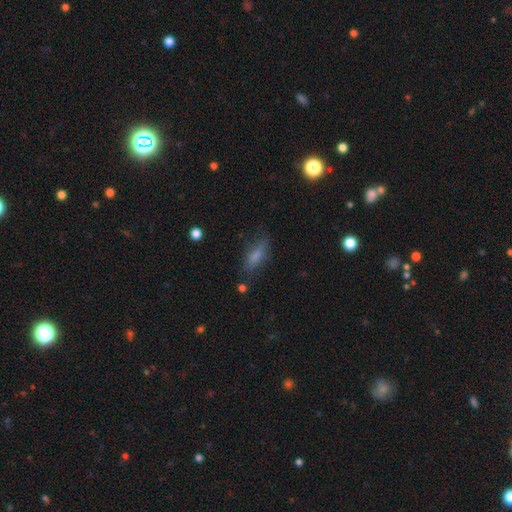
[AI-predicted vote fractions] Overall: smooth (68%). How rounded: in between (58%; cigar-shaped 39%). Merging: none (69%).